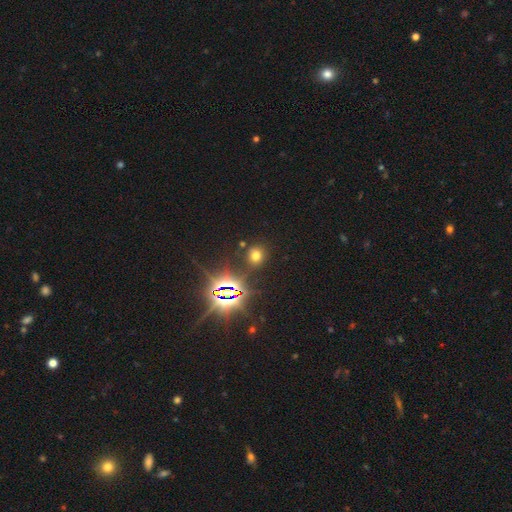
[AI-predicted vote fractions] The model was most divided on "smooth or featured": smooth: 58%, star or artifact: 34%, featured or disk: 8%. More confident: merging — none (82%); how rounded — round (79%).